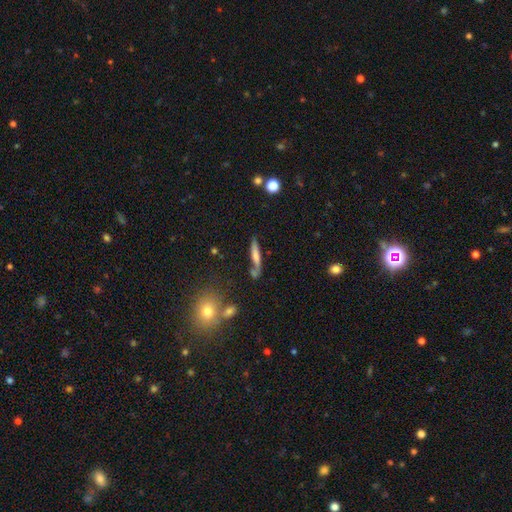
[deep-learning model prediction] Smooth or featured? smooth (58%)
How rounded? cigar-shaped (87%)
Merging? none (62%)